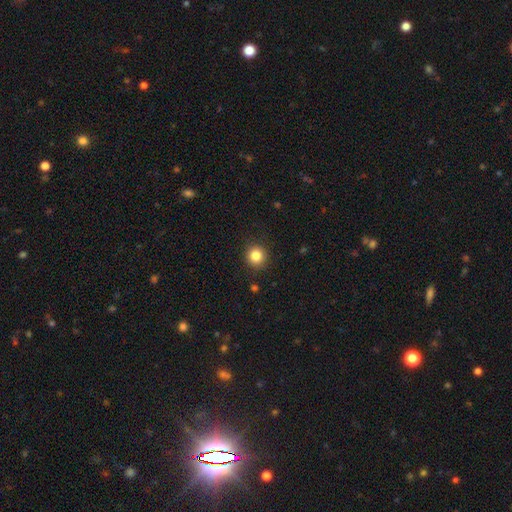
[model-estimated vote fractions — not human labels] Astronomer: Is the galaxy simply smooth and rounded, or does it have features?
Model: smooth — 83%.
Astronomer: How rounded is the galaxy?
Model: round — 92%.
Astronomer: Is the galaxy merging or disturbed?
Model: none — 91%.